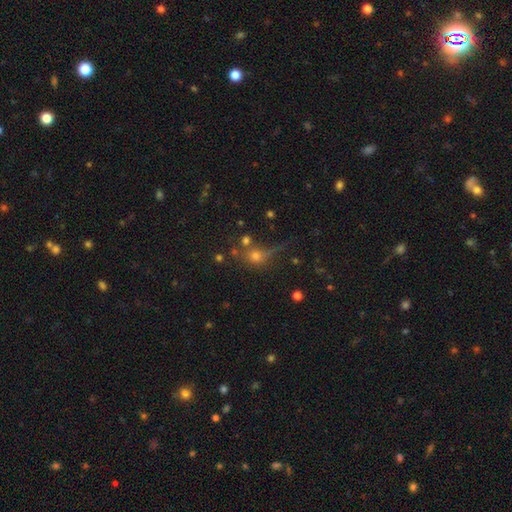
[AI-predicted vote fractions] smooth_or_featured: smooth (p=0.55) [alt: star or artifact p=0.28]
how_rounded: round (p=0.73) [alt: in between p=0.23]
merging: none (p=0.53) [alt: minor disturbance p=0.17]